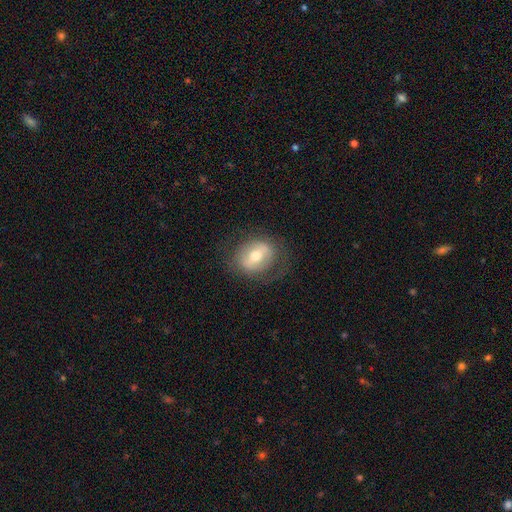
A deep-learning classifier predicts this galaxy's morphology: Q: Smooth or featured?
A: featured or disk (47%); runner-up: smooth (44%)
Q: Merging?
A: none (73%); runner-up: minor disturbance (16%)